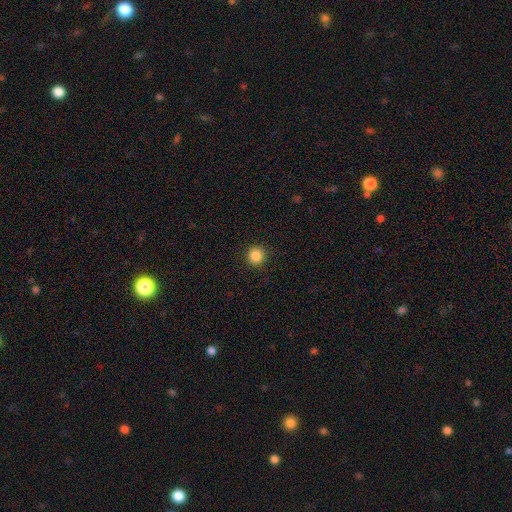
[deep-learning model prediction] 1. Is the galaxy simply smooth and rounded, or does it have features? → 86% smooth, 11% star or artifact, 4% featured or disk.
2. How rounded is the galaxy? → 95% round, 4% in between, 1% cigar-shaped.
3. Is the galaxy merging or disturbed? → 92% none, 5% minor disturbance, 2% major disturbance, 1% merger.